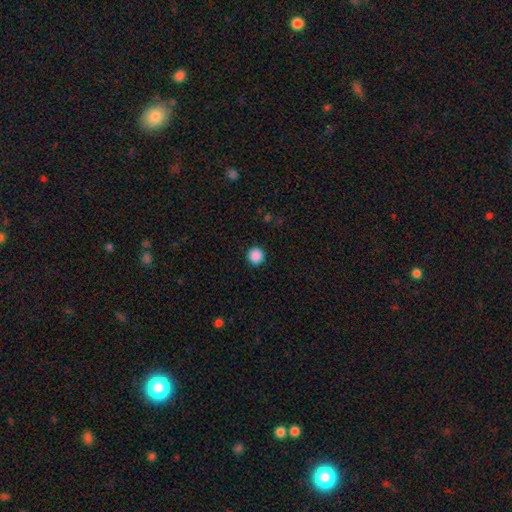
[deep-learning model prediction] Smooth or featured? Predicted: smooth (p=0.89). How rounded? Predicted: round (p=0.95). Merging? Predicted: none (p=0.93).